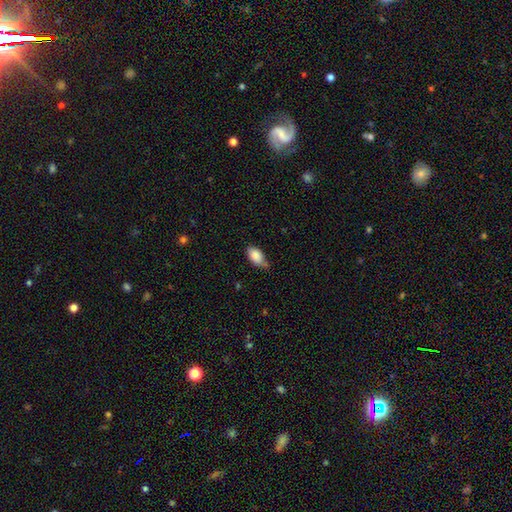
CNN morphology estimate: This is clearly a smooth galaxy (86%). How rounded: clearly in between (92%). Merging: possibly none (52%).